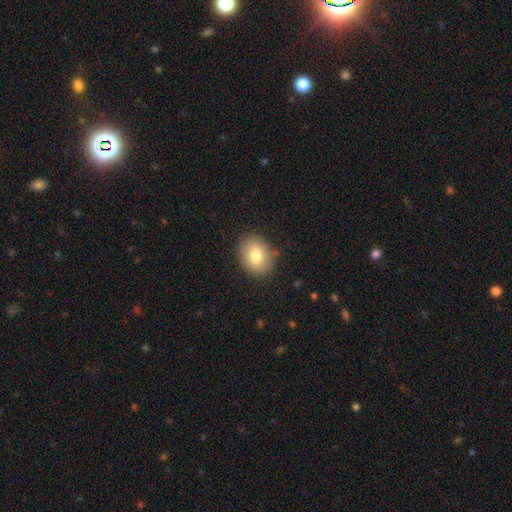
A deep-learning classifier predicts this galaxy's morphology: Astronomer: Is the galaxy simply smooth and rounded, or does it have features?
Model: smooth — 80%.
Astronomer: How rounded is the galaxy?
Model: in between — 59% (runner-up: round, 40%).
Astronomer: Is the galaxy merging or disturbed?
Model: none — 86%.